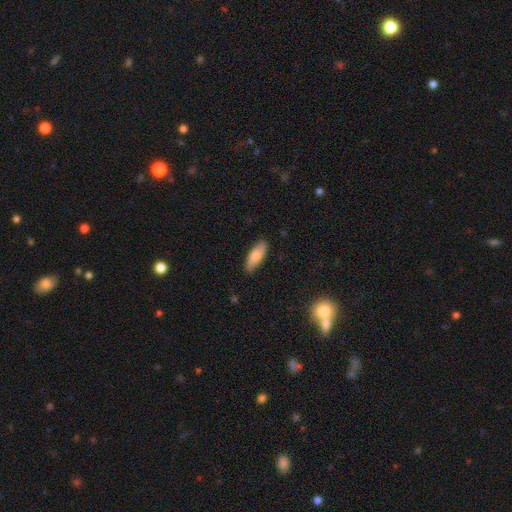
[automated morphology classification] smooth_or_featured: smooth (p=0.77) [alt: featured or disk p=0.17]
how_rounded: in between (p=0.68) [alt: cigar-shaped p=0.30]
merging: none (p=0.86) [alt: minor disturbance p=0.11]